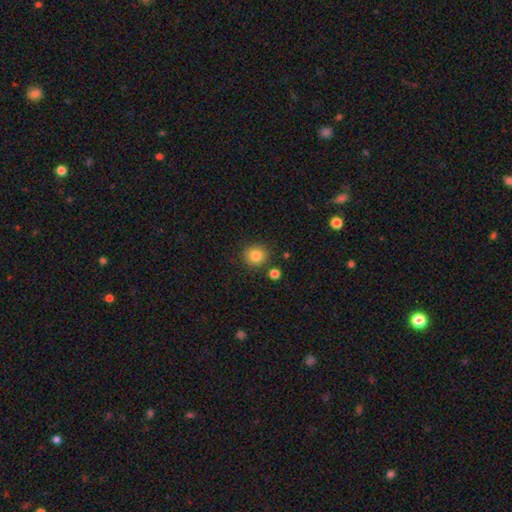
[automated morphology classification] The model was most divided on "smooth or featured": smooth: 84%, star or artifact: 10%, featured or disk: 6%. More confident: how rounded — round (88%); merging — none (85%).